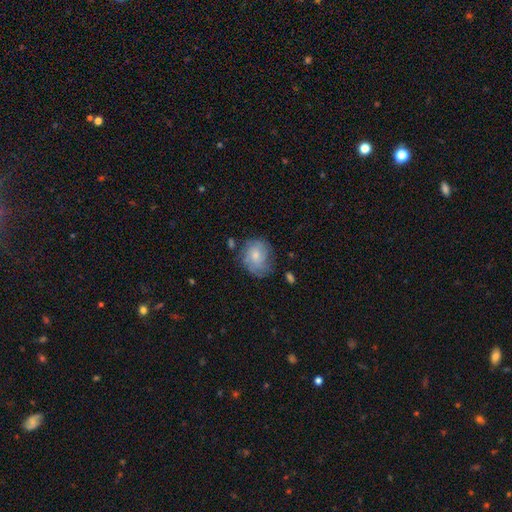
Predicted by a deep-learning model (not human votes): Q: Smooth or featured?
A: featured or disk (50%); runner-up: smooth (42%)
Q: Merging?
A: none (64%); runner-up: minor disturbance (23%)